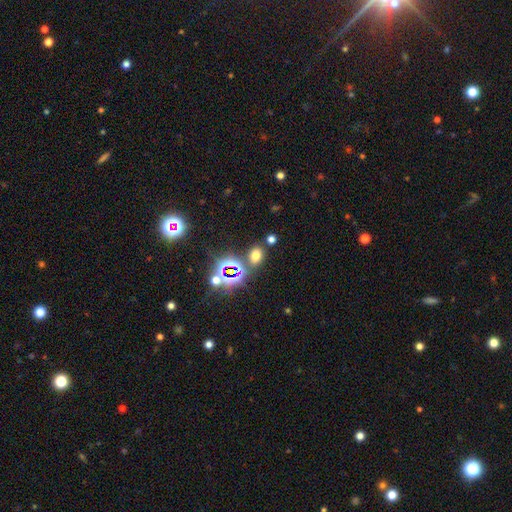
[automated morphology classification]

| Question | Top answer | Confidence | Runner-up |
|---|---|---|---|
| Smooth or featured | smooth | 60% | star or artifact (32%) |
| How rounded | in between | 66% | round (33%) |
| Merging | none | 78% | minor disturbance (9%) |